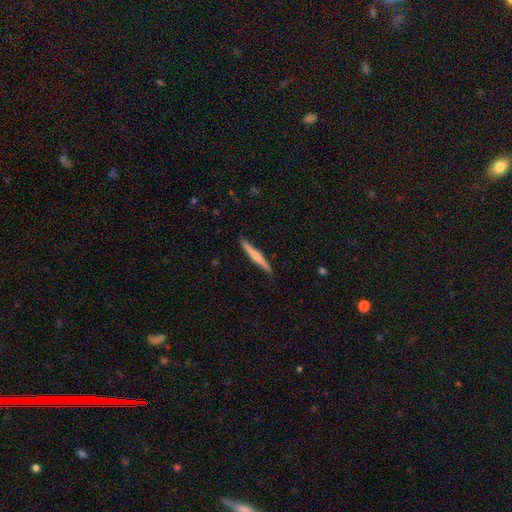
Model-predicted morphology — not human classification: Overall: featured or disk (49%; smooth 46%). Merging: none (89%).